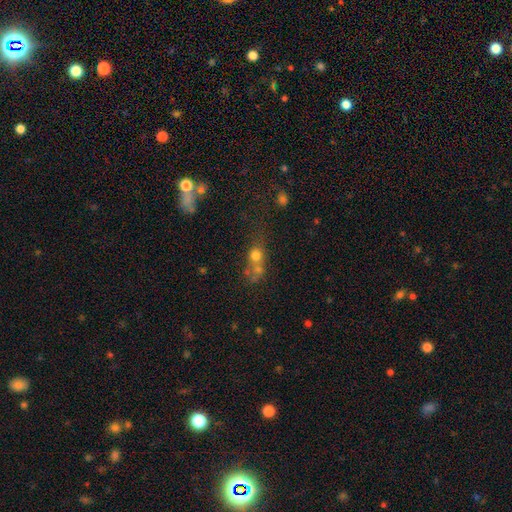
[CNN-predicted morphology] A smooth galaxy with no disk features (64%) that is round (68%). Merging: merger (46%).